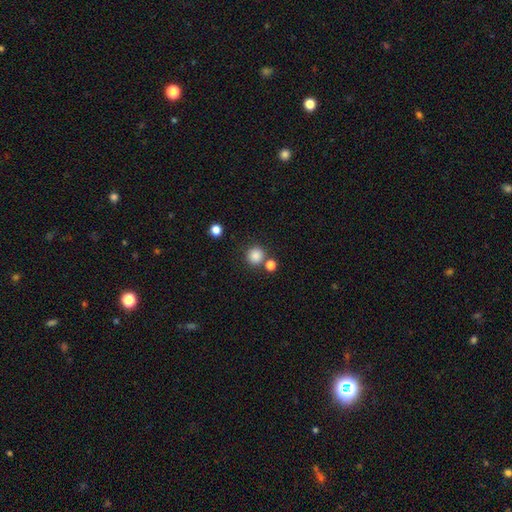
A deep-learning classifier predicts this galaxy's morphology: type=smooth (85%); roundness=round (93%); merging=none (77%).